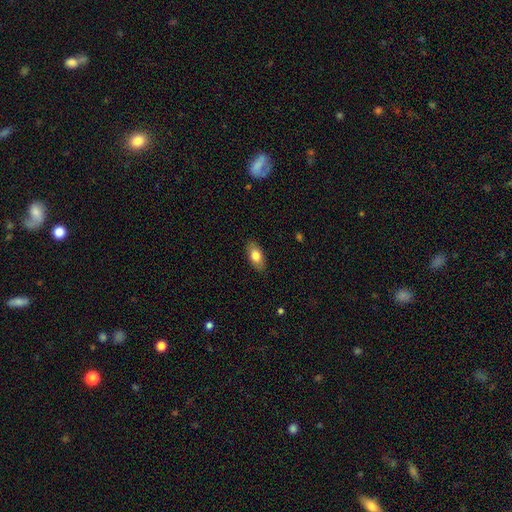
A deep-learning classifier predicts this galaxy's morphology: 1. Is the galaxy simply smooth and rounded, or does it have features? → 78% smooth, 15% featured or disk, 7% star or artifact.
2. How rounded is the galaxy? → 88% in between, 8% cigar-shaped, 4% round.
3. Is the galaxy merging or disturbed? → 87% none, 10% minor disturbance, 2% major disturbance, 1% merger.